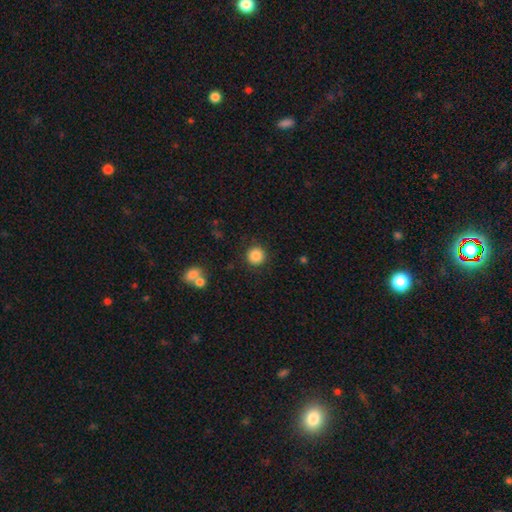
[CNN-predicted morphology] Smooth or featured? smooth (86%)
How rounded? round (95%)
Merging? none (90%)